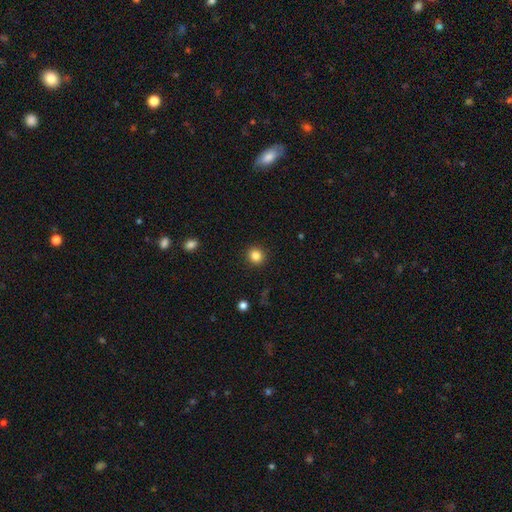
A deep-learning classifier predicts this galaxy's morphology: Smooth or featured: smooth — 85% (star or artifact — 11%)
How rounded: round — 90% (in between — 9%)
Merging: none — 92% (minor disturbance — 5%)